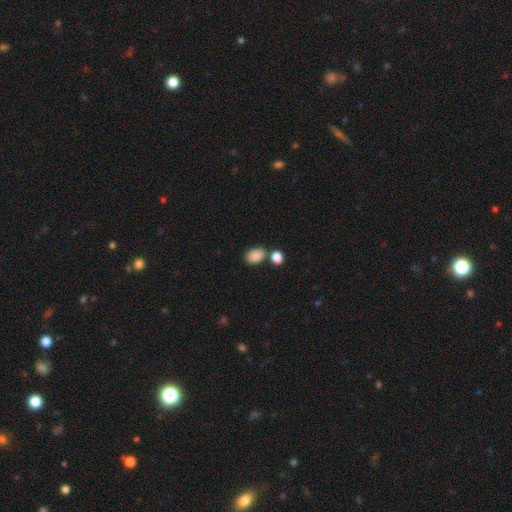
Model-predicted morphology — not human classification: Overall: smooth (87%). How rounded: in between (80%). Merging: none (64%).